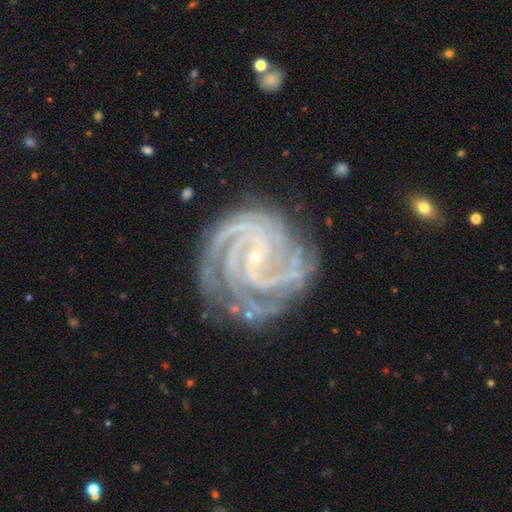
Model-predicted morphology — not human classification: smooth-or-featured: featured or disk: 92% | star or artifact: 5% | smooth: 3%
  disk-edge-on: no: 98% | yes: 2%
    bar: no: 47% | weak: 33% | strong: 20%
    has-spiral-arms: yes: 99% | no: 1%
      spiral-winding: tight: 74% | medium: 24% | loose: 3%
      spiral-arm-count: 3: 27% | 4: 26% | 2: 18% | more than 4: 12% | can't tell: 11% | 1: 7%
    bulge-size: small: 88% | moderate: 8% | none: 2% | large: 1% | dominant: 1%
  merging: none: 74% | minor disturbance: 18% | major disturbance: 6% | merger: 2%